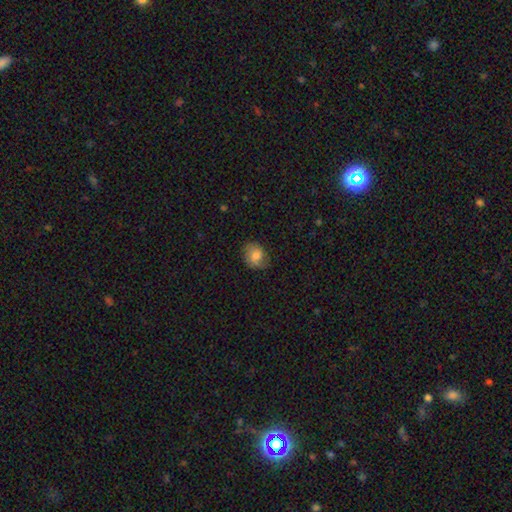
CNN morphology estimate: This is likely a smooth galaxy (70%). How rounded: possibly in between (50%). Merging: likely none (70%).